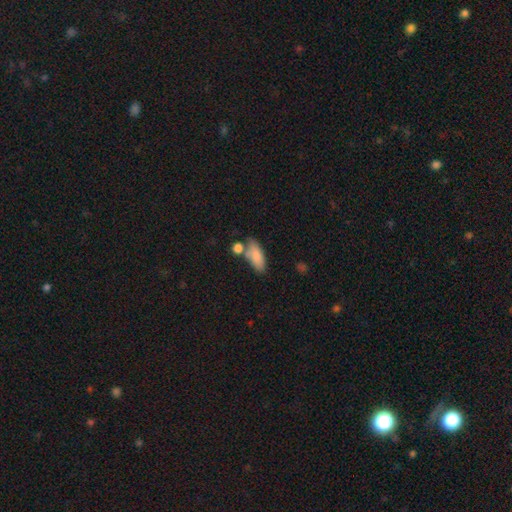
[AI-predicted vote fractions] A smooth galaxy with no disk features (83%) that is in between round and cigar-shaped (82%).

Vote fractions:
- Smooth or featured? smooth: 83% / featured or disk: 10% / star or artifact: 7%
- How rounded? in between: 82% / cigar-shaped: 14% / round: 3%
- Merging? none: 57% / merger: 20% / minor disturbance: 18% / major disturbance: 6%